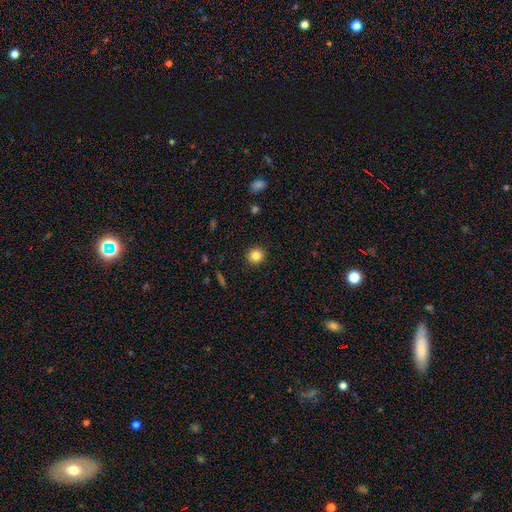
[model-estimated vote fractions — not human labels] Morphology: type=smooth (84%); roundness=round (92%); merging=none (92%).